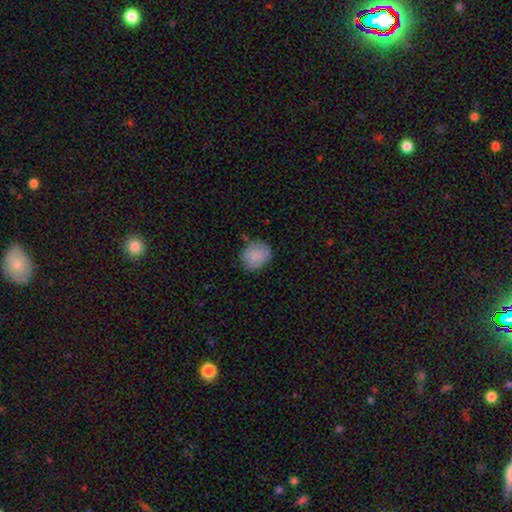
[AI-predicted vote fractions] Smooth or featured: smooth — 84% (featured or disk — 9%)
How rounded: round — 67% (in between — 32%)
Merging: none — 72% (minor disturbance — 21%)